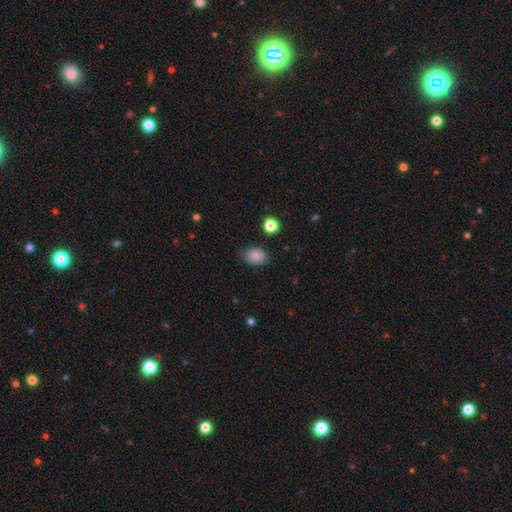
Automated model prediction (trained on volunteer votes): This appears to be a smooth galaxy with no disk features (87%) that is in between round and cigar-shaped (72%). Merging: none (84%).